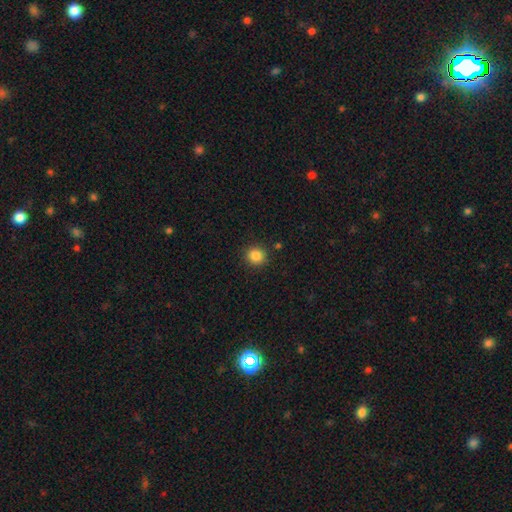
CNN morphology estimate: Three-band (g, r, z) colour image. It shows a smooth galaxy with no disk features (86%) that is round (90%). Merging: none (90%).